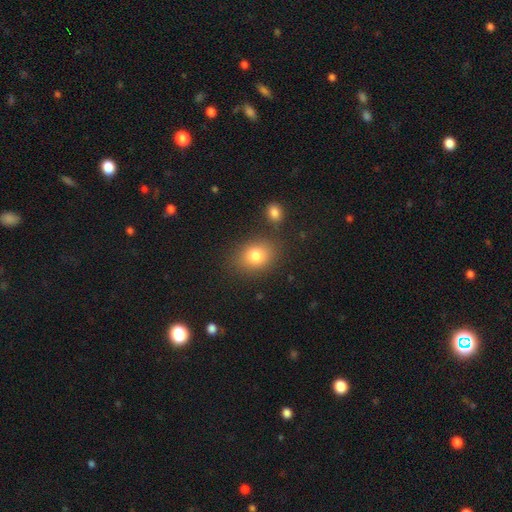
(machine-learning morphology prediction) Smooth or featured?
  - smooth: 80% *
  - star or artifact: 11%
  - featured or disk: 9%
How rounded?
  - in between: 53% *
  - round: 46%
  - cigar-shaped: 1%
Merging?
  - none: 78% *
  - minor disturbance: 11%
  - merger: 7%
  - major disturbance: 4%